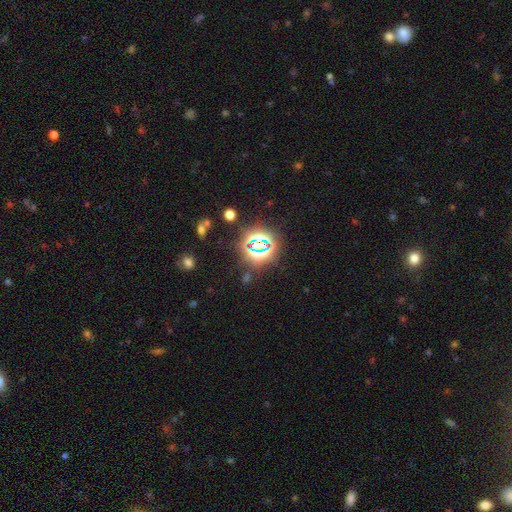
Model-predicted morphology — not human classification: star or artifact 75%, smooth 16%, featured or disk 9%.